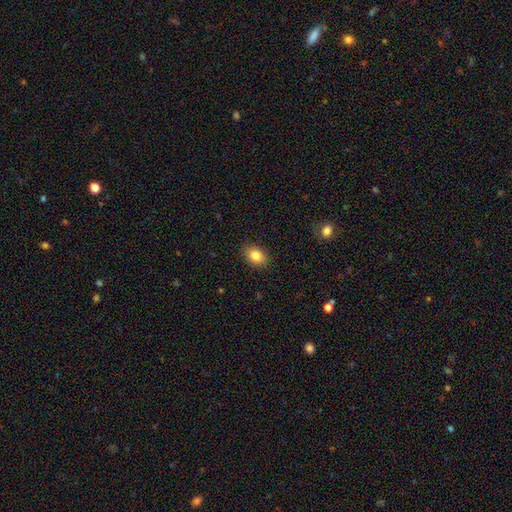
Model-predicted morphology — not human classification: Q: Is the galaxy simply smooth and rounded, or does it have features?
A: smooth — 84%.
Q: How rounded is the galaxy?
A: in between — 73%.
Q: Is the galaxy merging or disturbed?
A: none — 88%.